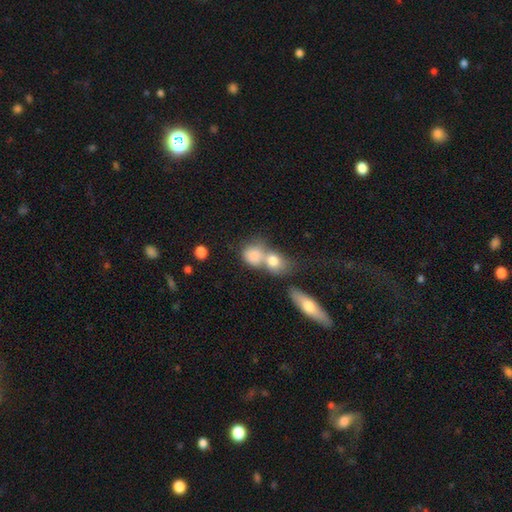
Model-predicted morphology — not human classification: smooth 79%, featured or disk 12%, star or artifact 9%. Down the decision tree: how rounded — round (58%); merging — merger (59%).